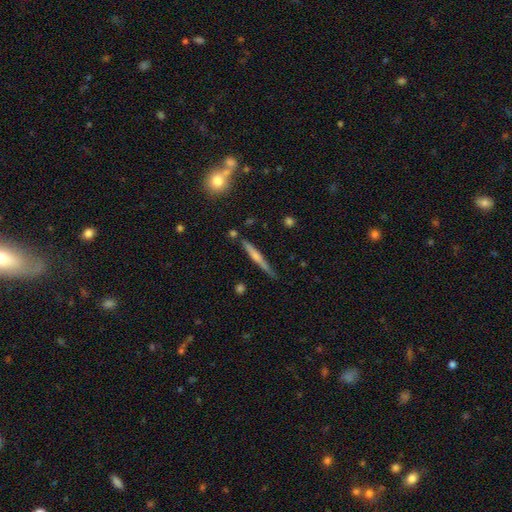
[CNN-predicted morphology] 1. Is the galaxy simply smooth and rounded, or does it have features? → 50% featured or disk, 43% smooth, 7% star or artifact.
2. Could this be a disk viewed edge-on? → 96% yes, 4% no.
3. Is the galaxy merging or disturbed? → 78% none, 15% minor disturbance, 4% merger, 3% major disturbance.